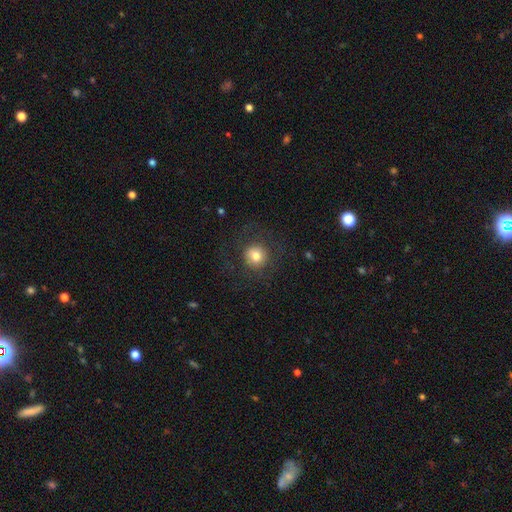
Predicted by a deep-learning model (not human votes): This is likely a smooth galaxy (75%). How rounded: clearly round (92%). Merging: likely none (77%).